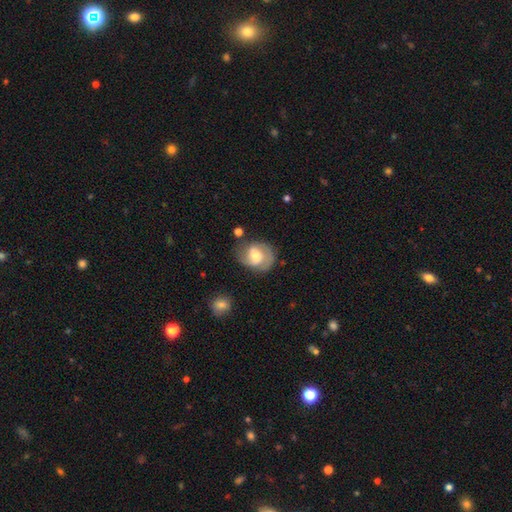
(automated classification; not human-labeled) This appears to be a featured or disk galaxy (61%) with a weak bar (47%), spiral arms (84%) and a moderate central bulge (61%). Merging: none (64%).